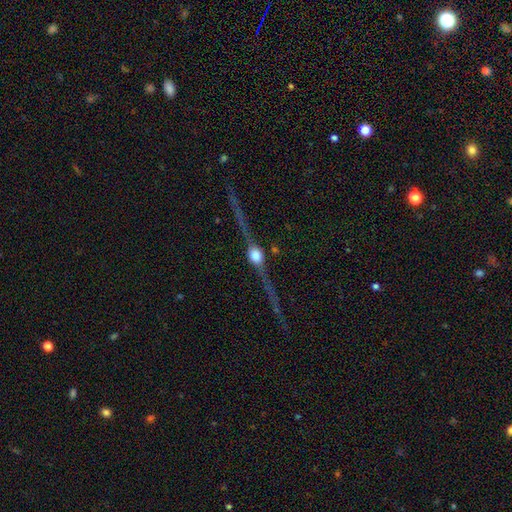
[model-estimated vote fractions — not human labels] Smooth or featured? Predicted: featured or disk (p=0.87). Edge-on disk? Predicted: yes (p=0.95). Edge-on bulge? Predicted: rounded (p=0.97). Merging? Predicted: none (p=0.87).